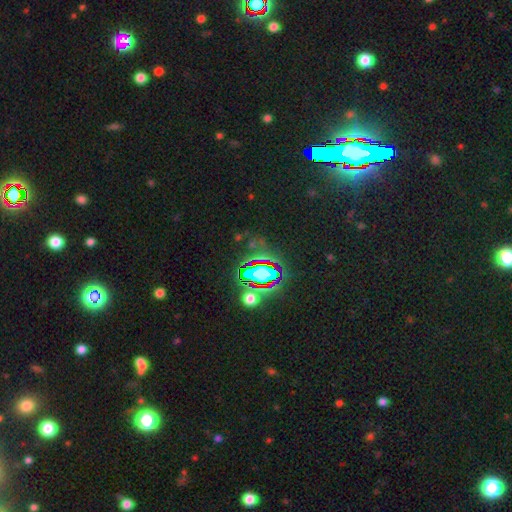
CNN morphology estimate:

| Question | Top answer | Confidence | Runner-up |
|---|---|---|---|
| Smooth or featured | star or artifact | 82% | smooth (9%) |